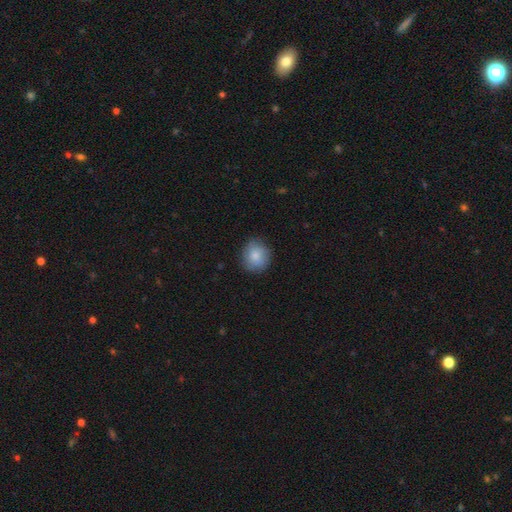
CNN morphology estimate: Smooth or featured? smooth (85%)
How rounded? round (81%)
Merging? none (83%)